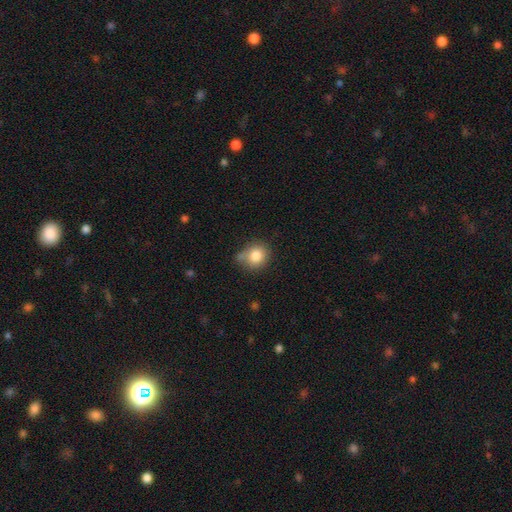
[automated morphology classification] The model was most divided on "merging": none: 59%, minor disturbance: 24%, merger: 11%, major disturbance: 6%. More confident: smooth or featured — smooth (82%); how rounded — round (77%).